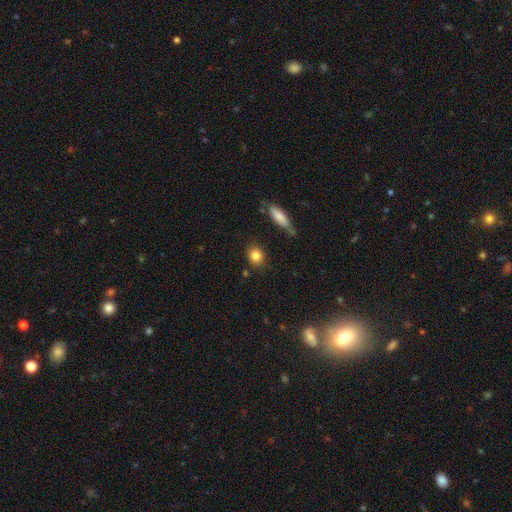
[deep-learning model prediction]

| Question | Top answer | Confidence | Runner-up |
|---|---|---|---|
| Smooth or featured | smooth | 83% | star or artifact (9%) |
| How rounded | round | 62% | in between (35%) |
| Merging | none | 82% | minor disturbance (11%) |